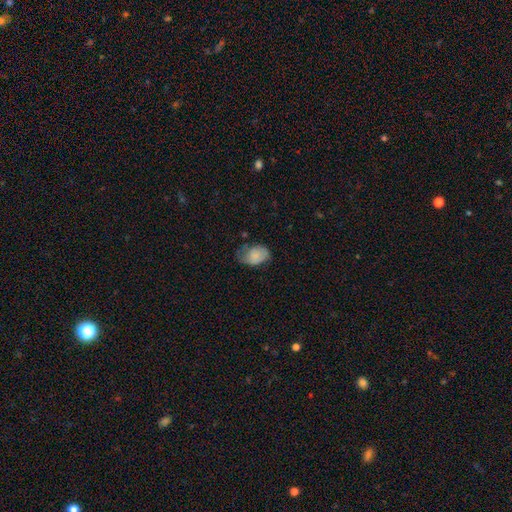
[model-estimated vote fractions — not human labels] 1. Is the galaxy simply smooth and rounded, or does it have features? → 77% smooth, 15% featured or disk, 8% star or artifact.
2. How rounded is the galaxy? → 82% in between, 16% round, 1% cigar-shaped.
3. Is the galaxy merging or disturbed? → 42% none, 39% minor disturbance, 17% major disturbance, 2% merger.